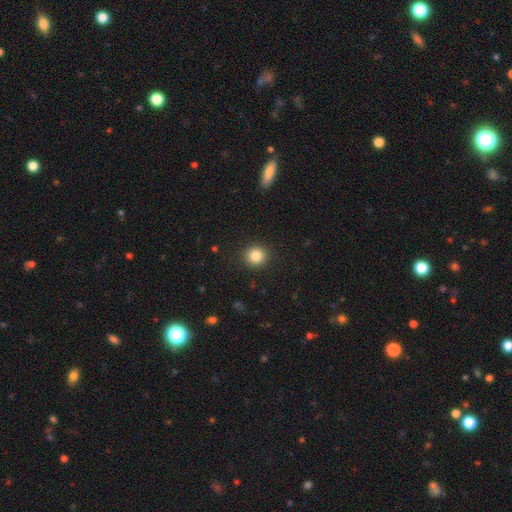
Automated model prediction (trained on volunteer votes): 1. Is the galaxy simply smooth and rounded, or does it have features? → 84% smooth, 11% star or artifact, 5% featured or disk.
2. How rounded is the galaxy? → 90% round, 9% in between, 1% cigar-shaped.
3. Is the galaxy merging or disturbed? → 91% none, 6% minor disturbance, 2% major disturbance, 1% merger.